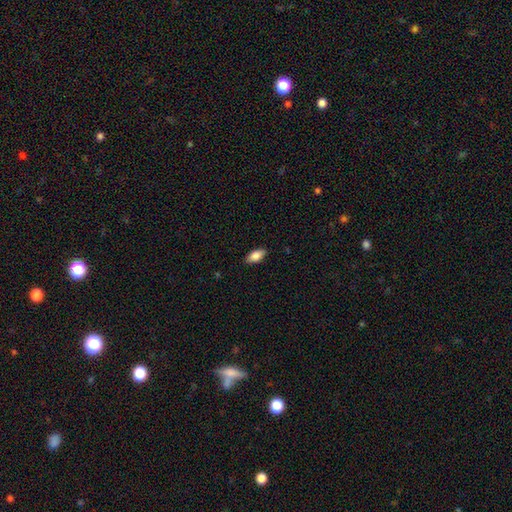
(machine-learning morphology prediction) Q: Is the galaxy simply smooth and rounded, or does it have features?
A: smooth — 84%.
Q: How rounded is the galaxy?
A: in between — 91%.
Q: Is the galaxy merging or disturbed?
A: none — 88%.